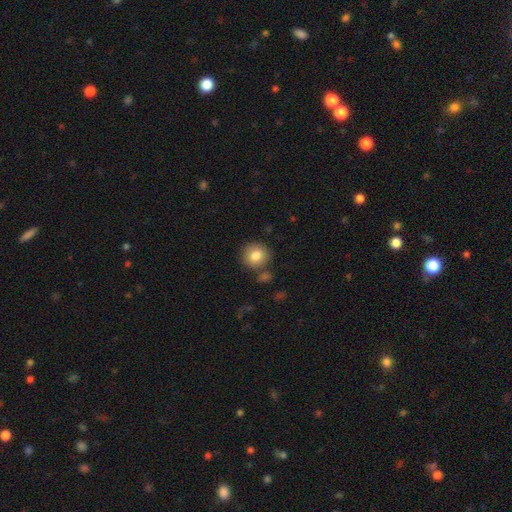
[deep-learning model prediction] A smooth galaxy with no disk features (81%) that is round (89%).

Vote fractions:
- Smooth or featured? smooth: 81% / featured or disk: 10% / star or artifact: 9%
- How rounded? round: 89% / in between: 10% / cigar-shaped: 1%
- Merging? none: 80% / minor disturbance: 10% / merger: 7% / major disturbance: 3%